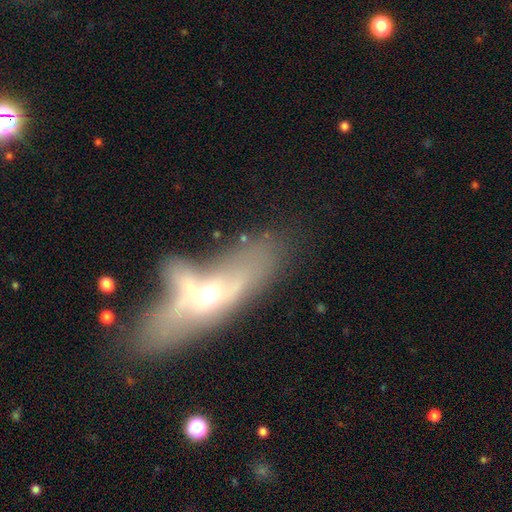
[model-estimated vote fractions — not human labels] Smooth or featured? Predicted: featured or disk (p=0.55). Edge-on disk? Predicted: no (p=0.58). Merging? Predicted: merger (p=0.43).